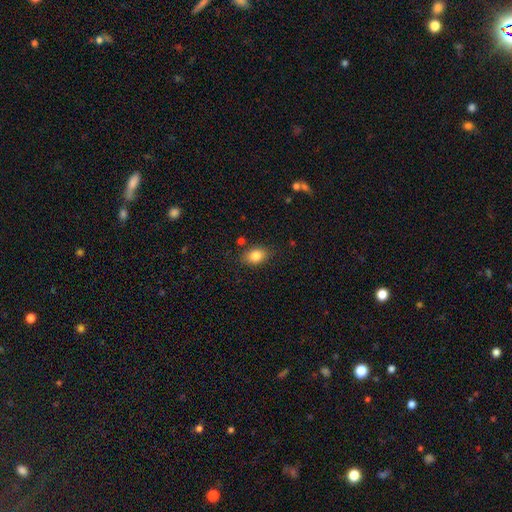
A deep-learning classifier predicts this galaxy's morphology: Q: Smooth or featured?
A: smooth (83%); runner-up: star or artifact (9%)
Q: How rounded?
A: in between (75%); runner-up: round (23%)
Q: Merging?
A: none (81%); runner-up: minor disturbance (13%)